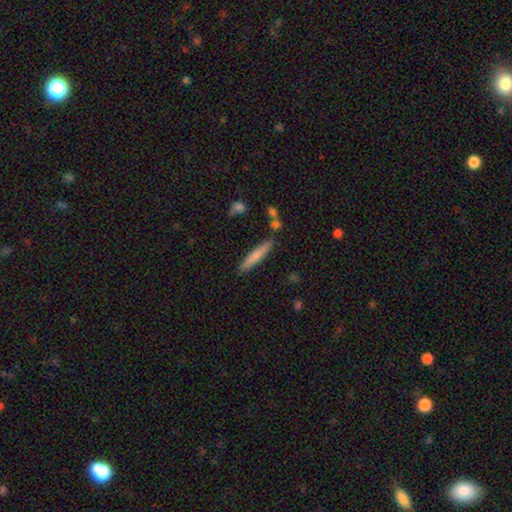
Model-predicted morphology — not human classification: smooth 75%, featured or disk 19%, star or artifact 6%. Down the decision tree: how rounded — cigar-shaped (92%); merging — none (85%).